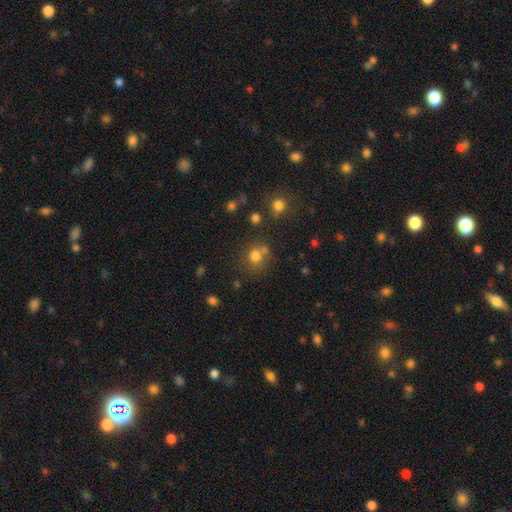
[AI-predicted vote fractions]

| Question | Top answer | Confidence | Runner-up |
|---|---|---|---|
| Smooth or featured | smooth | 76% | star or artifact (15%) |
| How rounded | round | 81% | in between (18%) |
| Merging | none | 60% | merger (21%) |